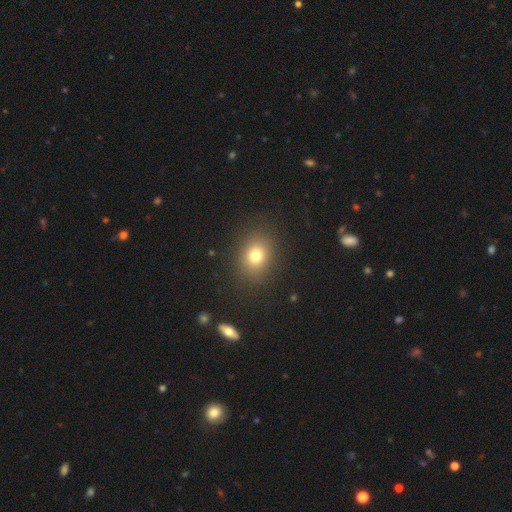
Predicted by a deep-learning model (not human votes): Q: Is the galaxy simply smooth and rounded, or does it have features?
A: smooth — 76%.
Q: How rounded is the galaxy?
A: round — 56%.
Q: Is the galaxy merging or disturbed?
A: none — 86%.